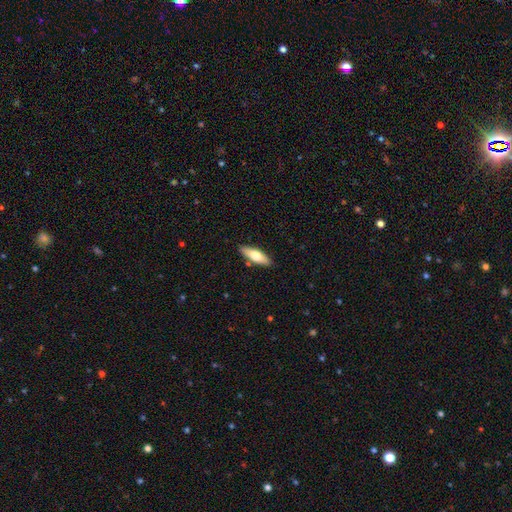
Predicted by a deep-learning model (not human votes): smooth_or_featured: smooth (p=0.61) [alt: featured or disk p=0.33]
how_rounded: in between (p=0.54) [alt: cigar-shaped p=0.44]
merging: none (p=0.86) [alt: minor disturbance p=0.10]